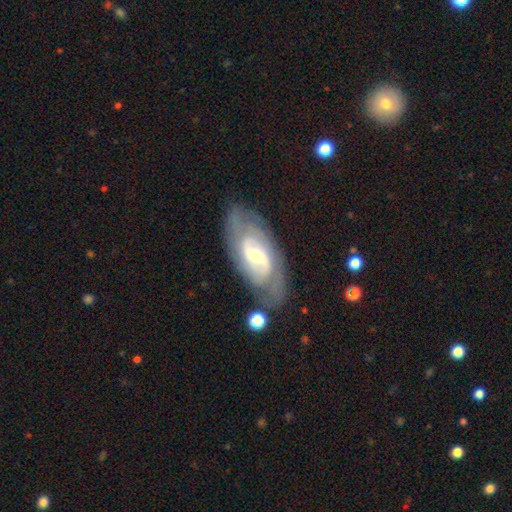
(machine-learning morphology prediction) smooth_or_featured: featured or disk (p=0.81) [alt: smooth p=0.13]
disk_edge_on: no (p=0.93) [alt: yes p=0.07]
bar: weak (p=0.52) [alt: strong p=0.26]
has_spiral_arms: yes (p=0.90) [alt: no p=0.10]
spiral_winding: medium (p=0.43) [alt: tight p=0.40]
spiral_arm_count: 2 (p=0.64) [alt: can't tell p=0.22]
bulge_size: moderate (p=0.53) [alt: small p=0.39]
merging: none (p=0.71) [alt: minor disturbance p=0.18]